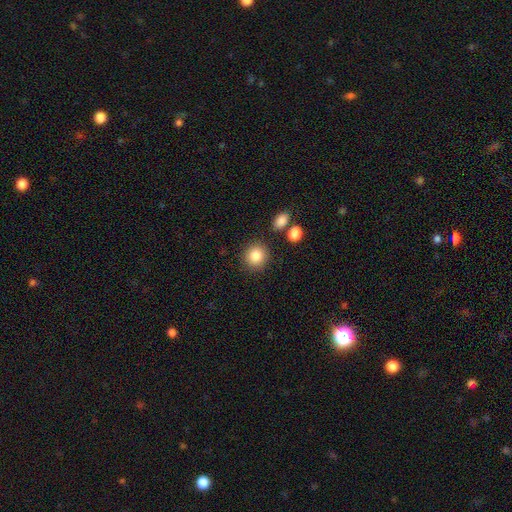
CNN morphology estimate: Smooth or featured?
  - smooth: 85% *
  - star or artifact: 9%
  - featured or disk: 6%
How rounded?
  - round: 87% *
  - in between: 12%
  - cigar-shaped: 1%
Merging?
  - none: 85% *
  - minor disturbance: 8%
  - merger: 4%
  - major disturbance: 3%